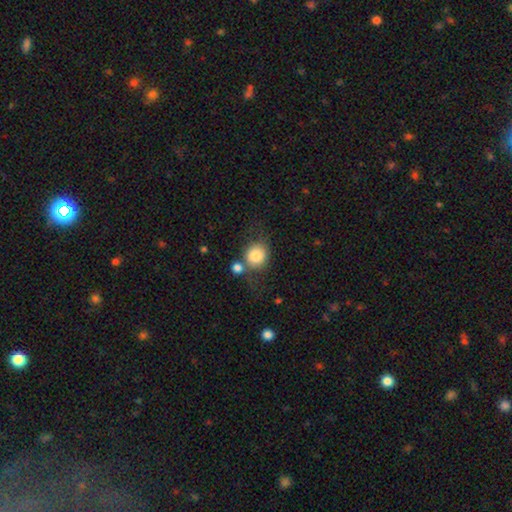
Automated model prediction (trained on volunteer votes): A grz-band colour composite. It shows a smooth galaxy with no disk features (82%) that is round (81%). Merging: none (55%).